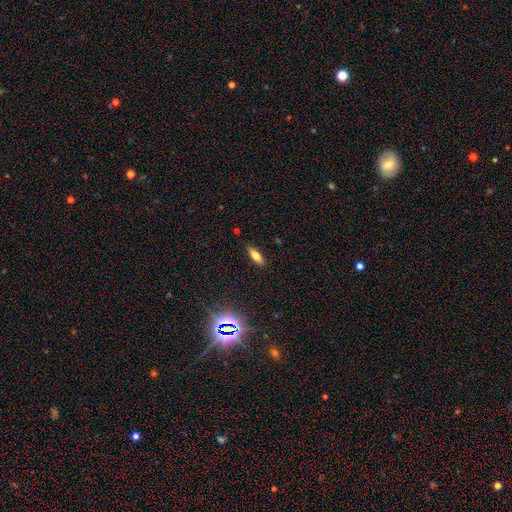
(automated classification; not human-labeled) Smooth or featured? Predicted: smooth (p=0.64). How rounded? Predicted: in between (p=0.60). Merging? Predicted: none (p=0.88).